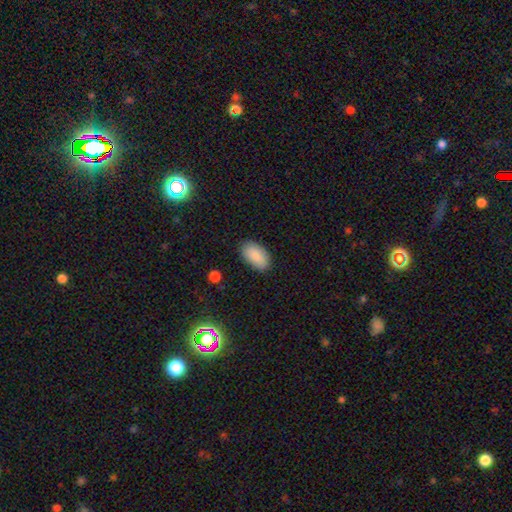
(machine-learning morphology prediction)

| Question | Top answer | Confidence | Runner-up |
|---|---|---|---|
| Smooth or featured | smooth | 87% | star or artifact (7%) |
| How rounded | in between | 94% | round (4%) |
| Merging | none | 83% | minor disturbance (13%) |